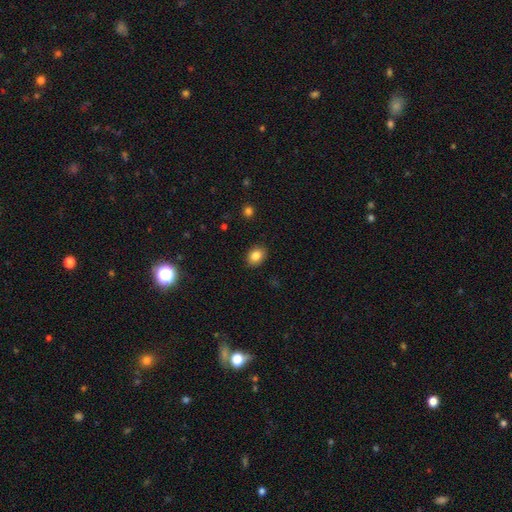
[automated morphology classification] Smooth or featured? Predicted: smooth (p=0.85). How rounded? Predicted: in between (p=0.65). Merging? Predicted: none (p=0.89).